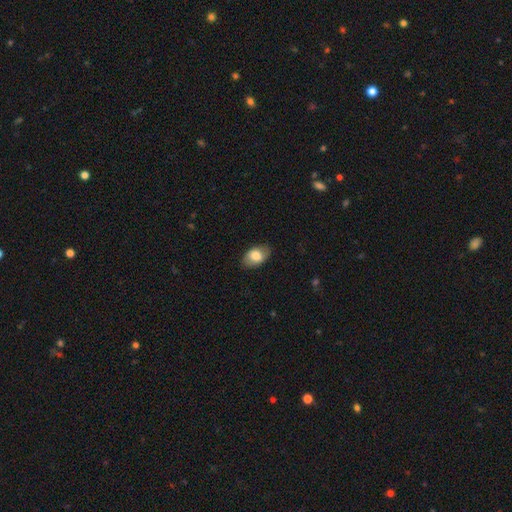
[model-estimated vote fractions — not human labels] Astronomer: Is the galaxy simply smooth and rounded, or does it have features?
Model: smooth — 78%.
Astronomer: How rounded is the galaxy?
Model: in between — 90%.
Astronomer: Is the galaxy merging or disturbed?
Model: none — 83%.